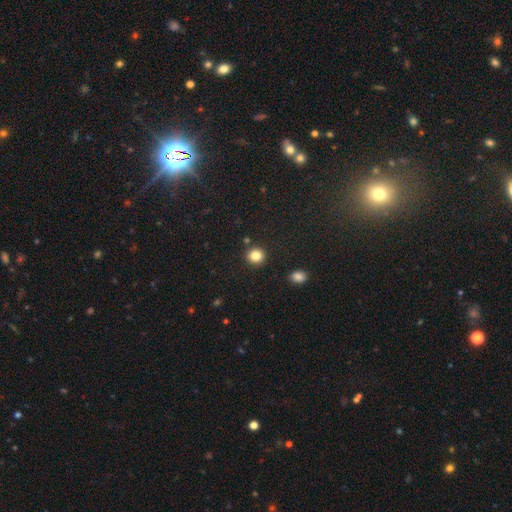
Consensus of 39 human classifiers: Smooth or featured: smooth — 87% (star or artifact — 10%)
How rounded: round — 88% (in between — 12%)
Merging: none — 80% (minor disturbance — 11%)